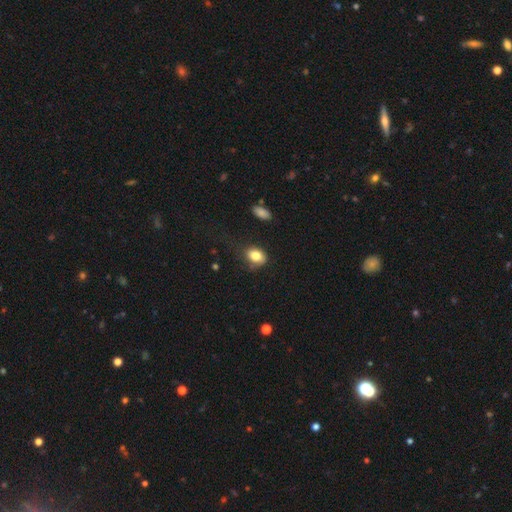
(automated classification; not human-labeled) Smooth or featured? smooth (82%)
How rounded? in between (68%)
Merging? none (62%)